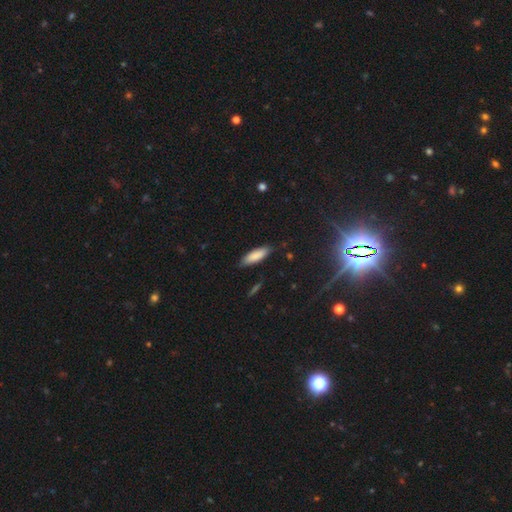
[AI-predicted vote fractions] smooth-or-featured: smooth: 85% | featured or disk: 9% | star or artifact: 6%
  how-rounded: in between: 52% | cigar-shaped: 47% | round: 2%
  merging: none: 82% | minor disturbance: 14% | major disturbance: 2% | merger: 2%